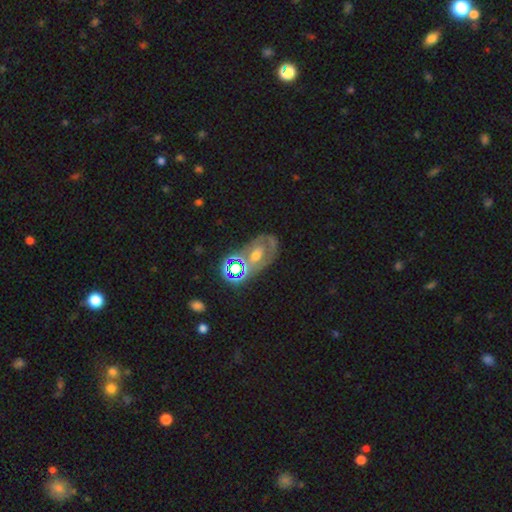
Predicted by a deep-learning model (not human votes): Smooth or featured? Predicted: featured or disk (p=0.53). Edge-on disk? Predicted: no (p=0.94). Merging? Predicted: none (p=0.57).